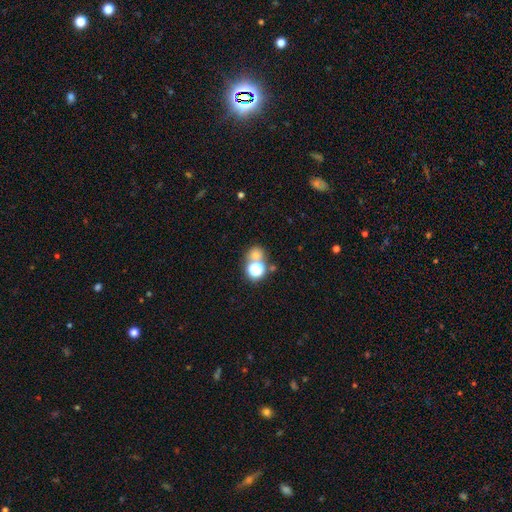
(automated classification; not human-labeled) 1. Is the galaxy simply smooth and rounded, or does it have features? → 62% smooth, 29% star or artifact, 9% featured or disk.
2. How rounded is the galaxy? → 79% round, 20% in between, 1% cigar-shaped.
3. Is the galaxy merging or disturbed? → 54% none, 33% merger, 8% minor disturbance, 5% major disturbance.